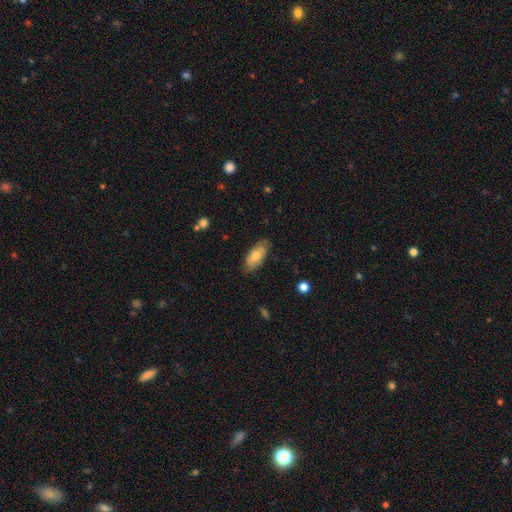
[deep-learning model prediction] Smooth or featured? smooth (70%)
How rounded? in between (85%)
Merging? none (81%)